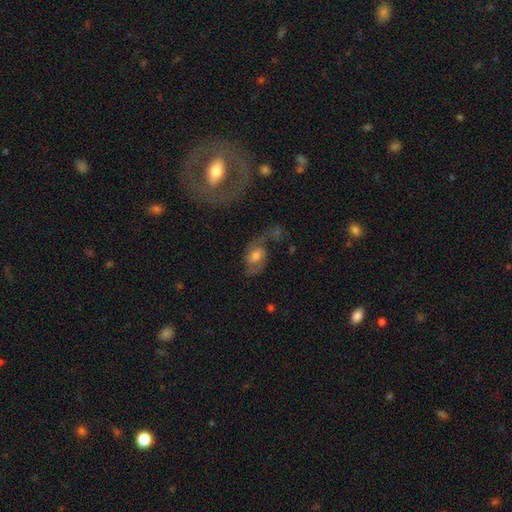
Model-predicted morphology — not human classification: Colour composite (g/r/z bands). It shows a featured or disk galaxy (64%) with no bar (50%), spiral arms (82%) and a moderate central bulge (65%). Merging: none (38%).